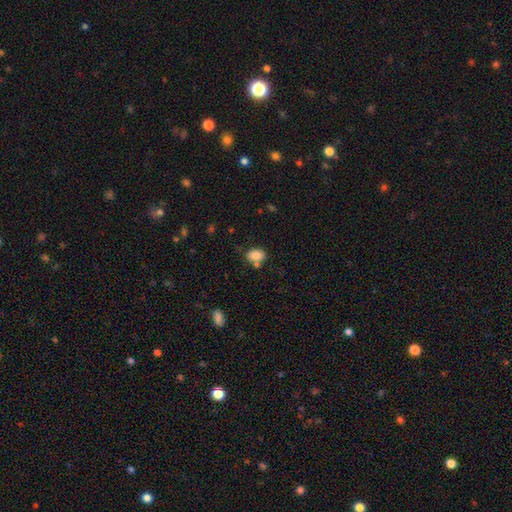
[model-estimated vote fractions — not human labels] Smooth or featured? smooth (82%)
How rounded? in between (78%)
Merging? none (60%)